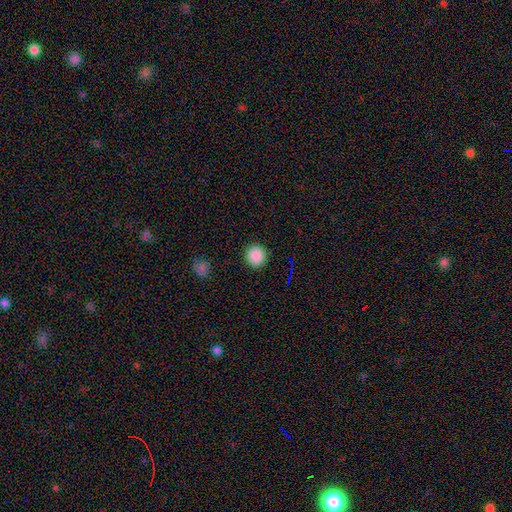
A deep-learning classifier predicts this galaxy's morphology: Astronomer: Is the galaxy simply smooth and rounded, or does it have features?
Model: smooth — 87%.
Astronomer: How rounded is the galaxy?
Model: round — 90%.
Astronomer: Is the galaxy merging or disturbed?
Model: none — 92%.